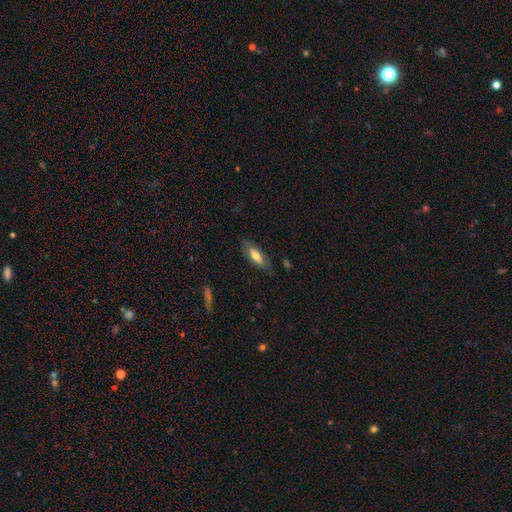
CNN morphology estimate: A smooth galaxy with no disk features (63%) that is in between round and cigar-shaped (67%). Merging: none (79%).